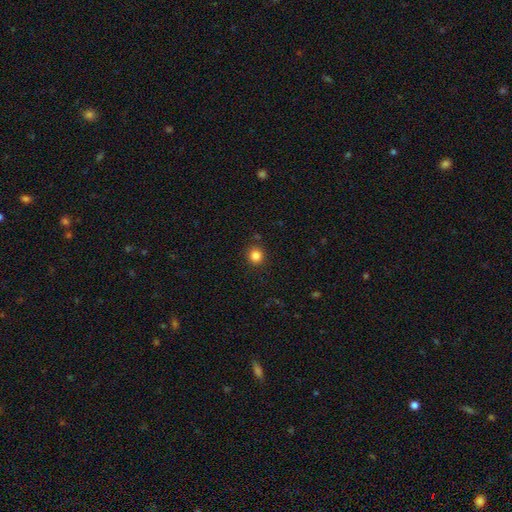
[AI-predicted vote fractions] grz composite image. It shows a smooth galaxy with no disk features (84%) that is round (91%). Merging: none (90%).